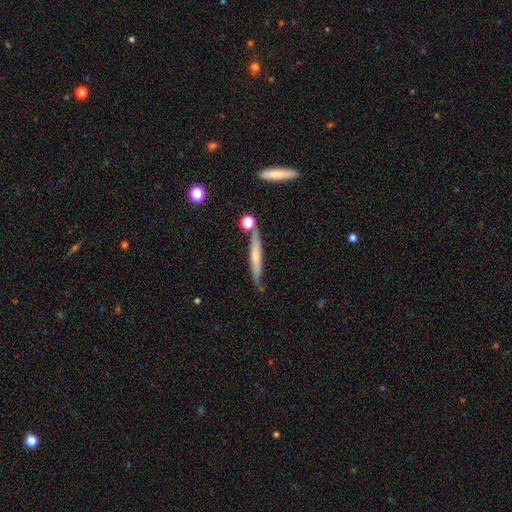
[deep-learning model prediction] This is possibly a smooth galaxy (48%). Merging: likely none (72%).